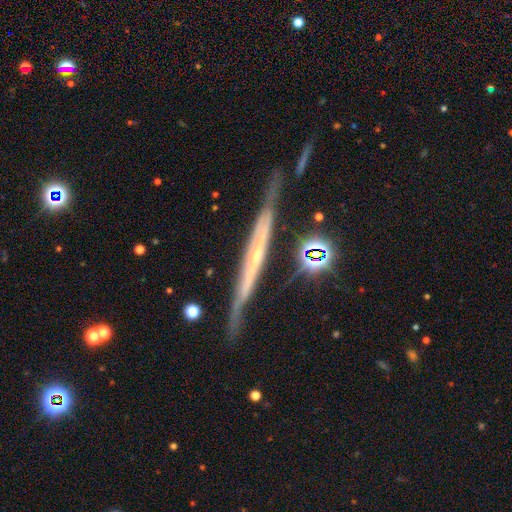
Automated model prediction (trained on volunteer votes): Overall: featured or disk (80%). Edge-on disk: yes (87%). Edge-on bulge: none (57%; rounded 36%). Merging: none (64%).